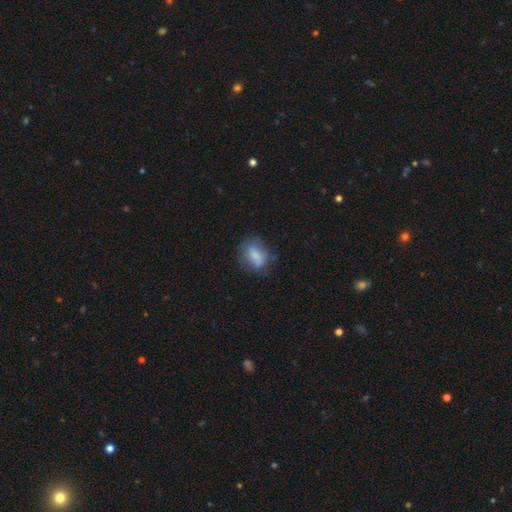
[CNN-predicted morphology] This is likely a smooth galaxy (68%). How rounded: likely in between (68%). Merging: possibly none (60%).